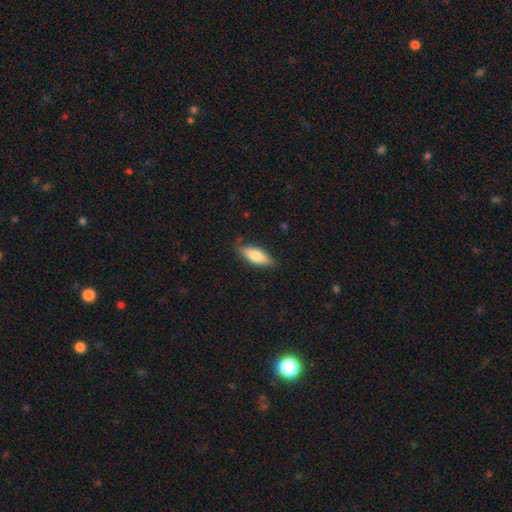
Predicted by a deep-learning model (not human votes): This is likely a smooth galaxy (76%). How rounded: likely in between (65%). Merging: clearly none (82%).